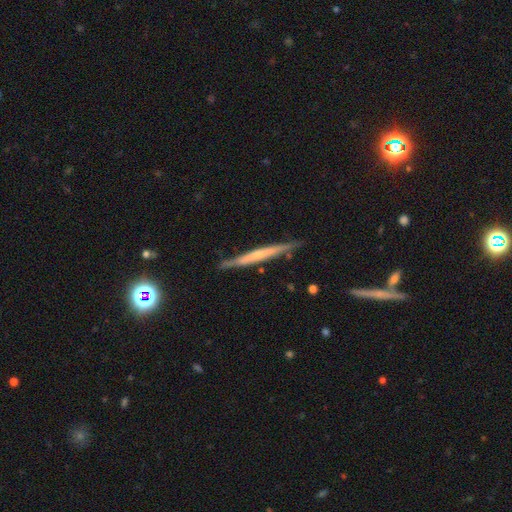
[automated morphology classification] featured or disk 58%, smooth 36%, star or artifact 6%. Down the decision tree: edge-on disk — yes (96%); edge-on bulge — none (70%); merging — none (84%).